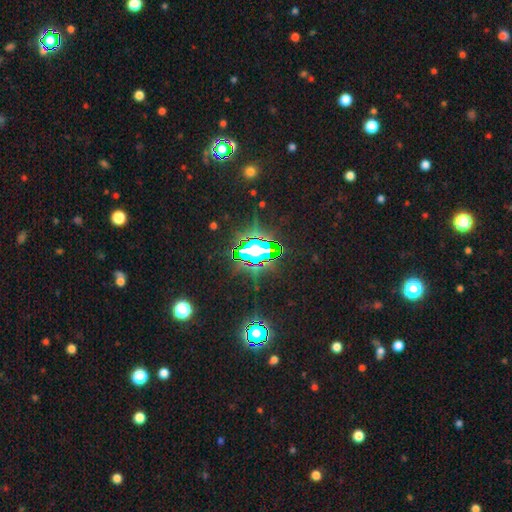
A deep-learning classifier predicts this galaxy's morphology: This is likely a star or artifact rather than a galaxy (74%).